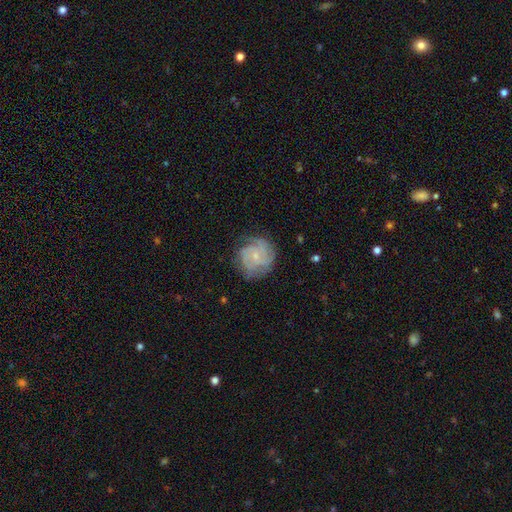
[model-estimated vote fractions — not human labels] smooth-or-featured: featured or disk: 74% | smooth: 19% | star or artifact: 7%
  disk-edge-on: no: 98% | yes: 2%
    bar: no: 74% | weak: 23% | strong: 3%
    has-spiral-arms: yes: 92% | no: 8%
      spiral-winding: tight: 54% | medium: 35% | loose: 10%
      spiral-arm-count: can't tell: 30% | 3: 28% | 2: 16% | 4: 14% | 1: 6% | more than 4: 6%
    bulge-size: small: 73% | moderate: 21% | none: 5% | large: 1% | dominant: 1%
  merging: none: 72% | minor disturbance: 19% | major disturbance: 7% | merger: 1%